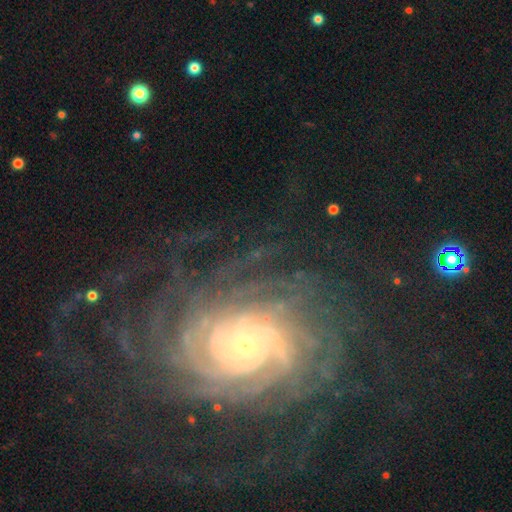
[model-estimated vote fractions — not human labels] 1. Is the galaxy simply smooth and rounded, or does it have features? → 86% featured or disk, 9% star or artifact, 5% smooth.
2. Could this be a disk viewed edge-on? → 97% no, 3% yes.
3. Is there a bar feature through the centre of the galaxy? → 69% no, 20% weak, 11% strong.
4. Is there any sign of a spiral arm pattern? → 98% yes, 2% no.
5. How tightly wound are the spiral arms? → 78% tight, 18% medium, 4% loose.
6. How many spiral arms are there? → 36% more than 4, 19% can't tell, 15% 4, 11% 3, 10% 2, 9% 1.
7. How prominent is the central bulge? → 77% small, 18% moderate, 2% large, 1% none, 1% dominant.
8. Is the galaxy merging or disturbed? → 76% none, 13% minor disturbance, 9% major disturbance, 2% merger.